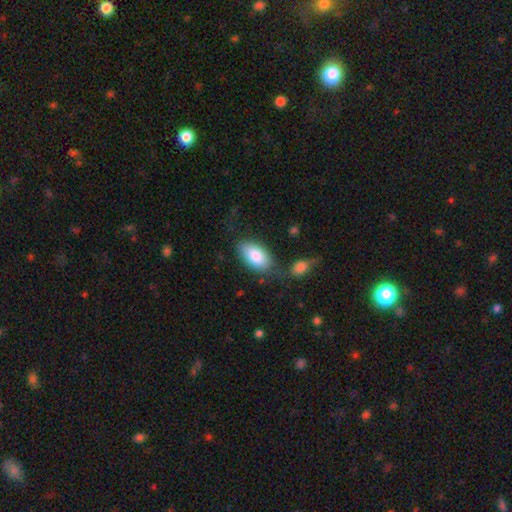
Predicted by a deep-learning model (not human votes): Smooth or featured? Predicted: smooth (p=0.83). How rounded? Predicted: in between (p=0.94). Merging? Predicted: none (p=0.65).